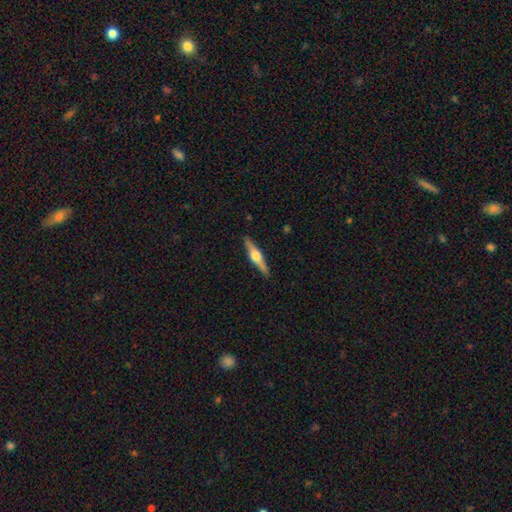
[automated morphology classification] This appears to be a featured or disk galaxy (73%) viewed edge-on (98%) with a rounded central bulge (94%). Merging: none (91%).